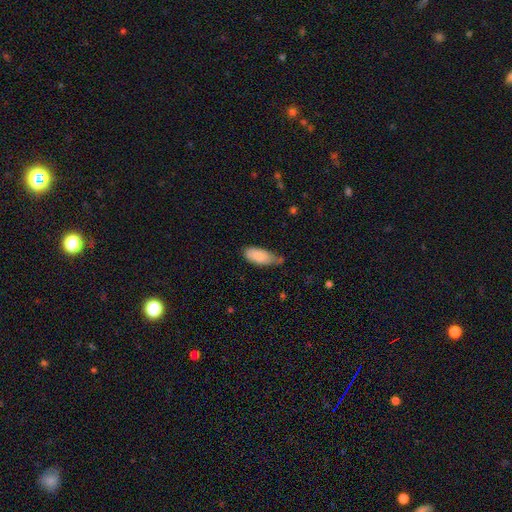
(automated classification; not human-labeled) A smooth galaxy with no disk features (85%) that is in between round and cigar-shaped (83%). Merging: none (48%).